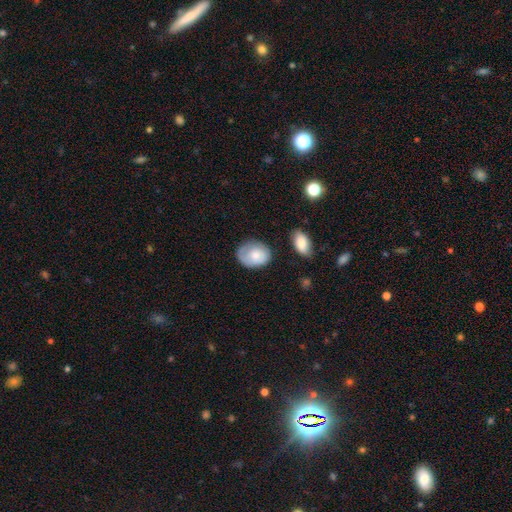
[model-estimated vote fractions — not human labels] Overall: smooth (72%). How rounded: in between (60%; round 39%). Merging: none (55%; minor disturbance 29%).